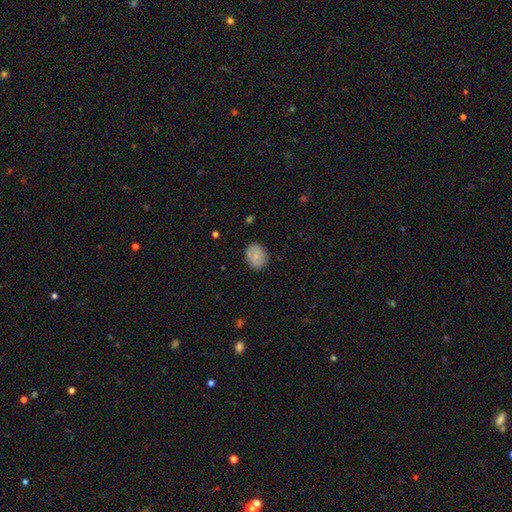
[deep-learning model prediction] The model was most divided on "how rounded": round: 55%, in between: 44%, cigar-shaped: 1%. More confident: merging — none (84%); smooth or featured — smooth (71%).